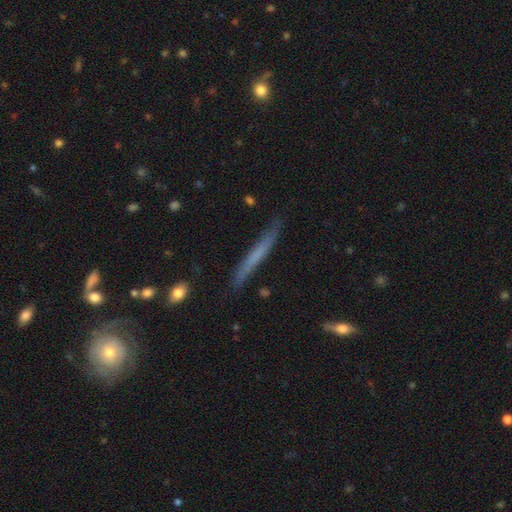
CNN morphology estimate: smooth_or_featured: smooth (p=0.50) [alt: featured or disk p=0.42]
how_rounded: cigar-shaped (p=0.96) [alt: in between p=0.03]
merging: none (p=0.82) [alt: minor disturbance p=0.14]